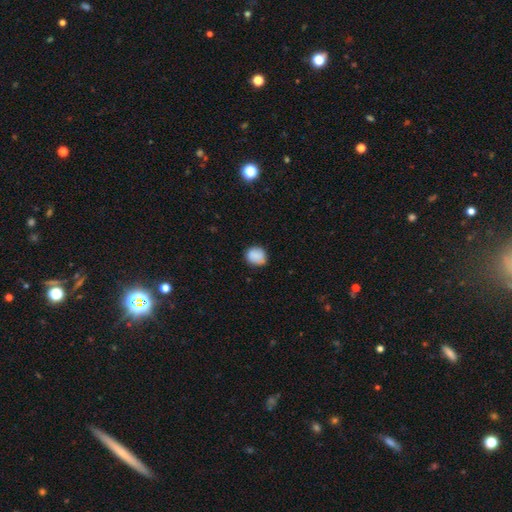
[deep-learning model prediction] Q: Smooth or featured?
A: smooth (87%); runner-up: star or artifact (8%)
Q: How rounded?
A: round (71%); runner-up: in between (28%)
Q: Merging?
A: none (82%); runner-up: minor disturbance (14%)